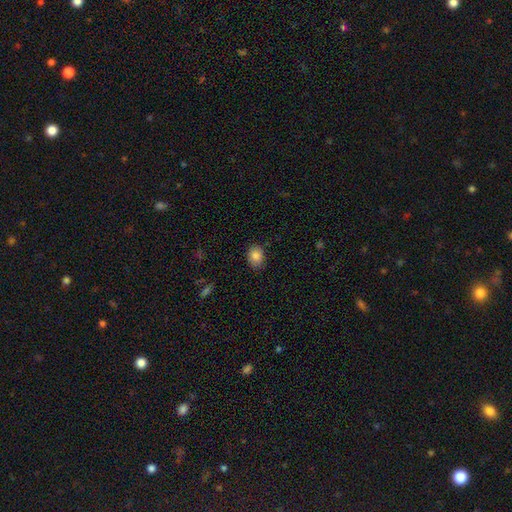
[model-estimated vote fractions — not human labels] smooth 84%, star or artifact 9%, featured or disk 6%. Down the decision tree: how rounded — in between (59%); merging — none (84%).